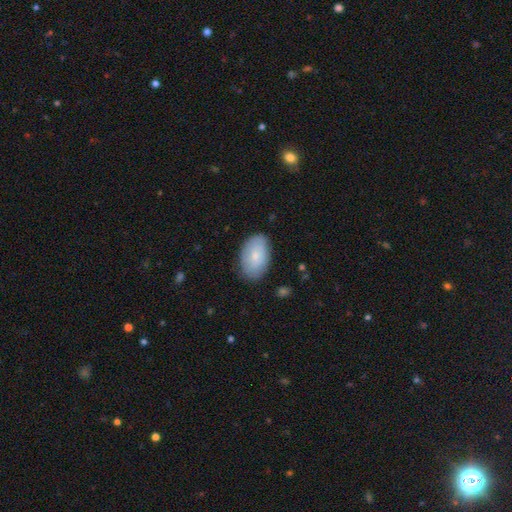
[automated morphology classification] A smooth galaxy with no disk features (75%) that is in between round and cigar-shaped (91%). Merging: none (81%).